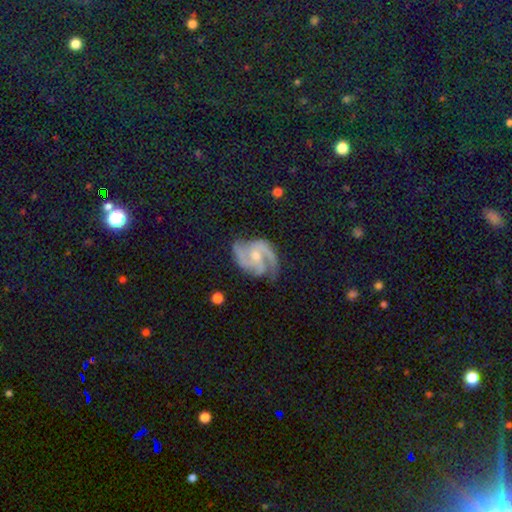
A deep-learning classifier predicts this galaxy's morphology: smooth_or_featured: featured or disk (p=0.87) [alt: smooth p=0.07]
disk_edge_on: no (p=0.98) [alt: yes p=0.02]
bar: no (p=0.54) [alt: weak p=0.38]
has_spiral_arms: yes (p=0.97) [alt: no p=0.03]
spiral_winding: medium (p=0.54) [alt: tight p=0.31]
spiral_arm_count: 3 (p=0.43) [alt: 2 p=0.37]
bulge_size: small (p=0.46) [alt: moderate p=0.45]
merging: none (p=0.64) [alt: minor disturbance p=0.22]